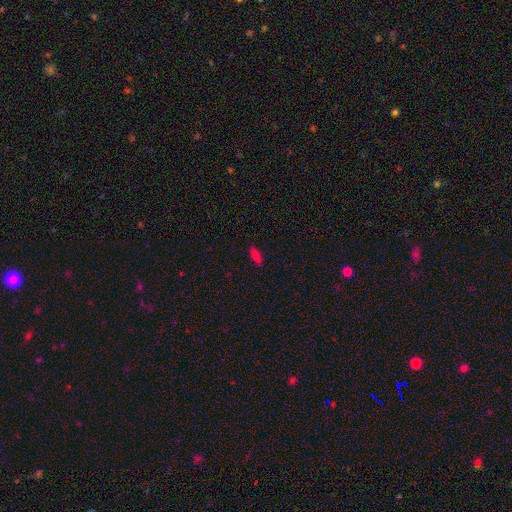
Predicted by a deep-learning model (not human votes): Smooth or featured? smooth (81%)
How rounded? in between (73%)
Merging? none (87%)